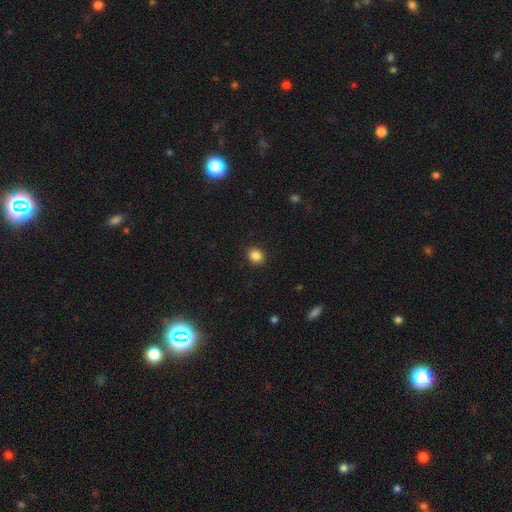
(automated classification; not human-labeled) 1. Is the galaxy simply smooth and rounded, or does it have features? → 85% smooth, 11% star or artifact, 4% featured or disk.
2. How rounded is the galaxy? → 73% round, 26% in between, 1% cigar-shaped.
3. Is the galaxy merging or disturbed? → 91% none, 6% minor disturbance, 2% major disturbance, 1% merger.